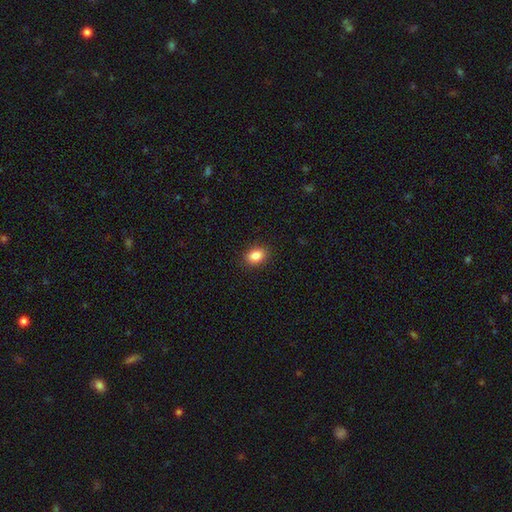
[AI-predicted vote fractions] A smooth galaxy with no disk features (86%) that is in between round and cigar-shaped (73%). Merging: none (90%).